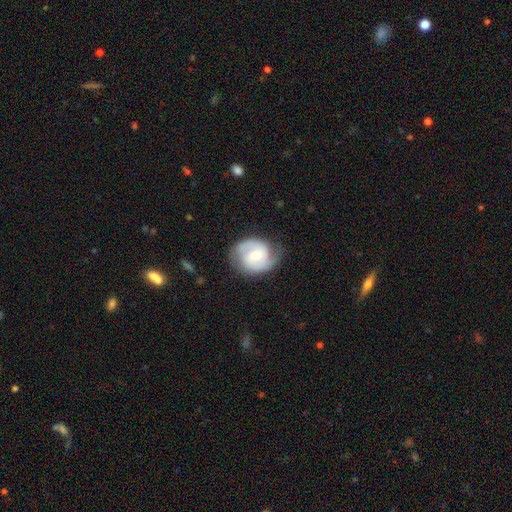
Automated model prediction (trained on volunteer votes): Smooth or featured?
  - featured or disk: 71% *
  - smooth: 23%
  - star or artifact: 6%
Edge-on disk?
  - no: 97% *
  - yes: 3%
Bar?
  - no: 47% *
  - weak: 42%
  - strong: 11%
Spiral arms?
  - yes: 91% *
  - no: 9%
Spiral winding?
  - medium: 48% *
  - tight: 34%
  - loose: 18%
Spiral arm count?
  - 2: 85% *
  - can't tell: 8%
  - 1: 3%
  - 3: 2%
  - 4: 1%
  - more than 4: 1%
Bulge size?
  - moderate: 54% *
  - small: 39%
  - large: 4%
  - none: 2%
  - dominant: 1%
Merging?
  - none: 71% *
  - minor disturbance: 21%
  - major disturbance: 7%
  - merger: 1%